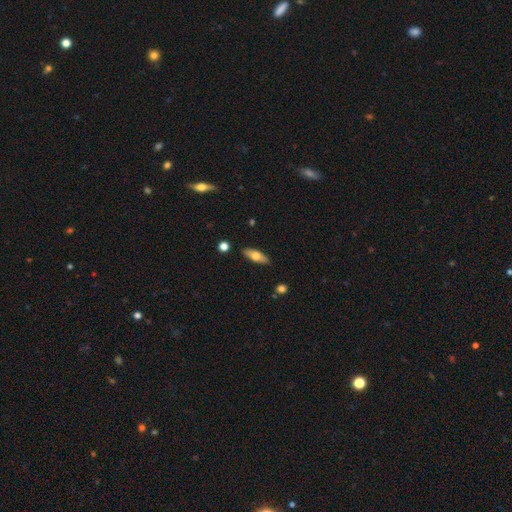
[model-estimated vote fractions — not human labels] A smooth galaxy with no disk features (60%) that is in between round and cigar-shaped (62%).

Vote fractions:
- Smooth or featured? smooth: 60% / featured or disk: 33% / star or artifact: 6%
- How rounded? in between: 62% / cigar-shaped: 36% / round: 3%
- Merging? none: 88% / minor disturbance: 9% / major disturbance: 2% / merger: 2%